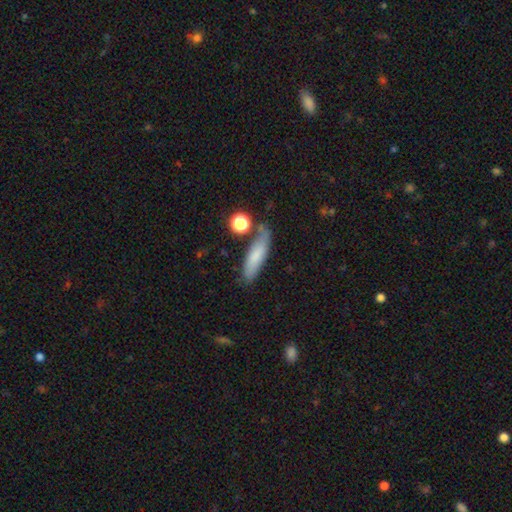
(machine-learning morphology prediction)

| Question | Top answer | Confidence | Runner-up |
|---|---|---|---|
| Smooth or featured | smooth | 69% | featured or disk (22%) |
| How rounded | cigar-shaped | 65% | in between (32%) |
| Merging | none | 66% | minor disturbance (20%) |